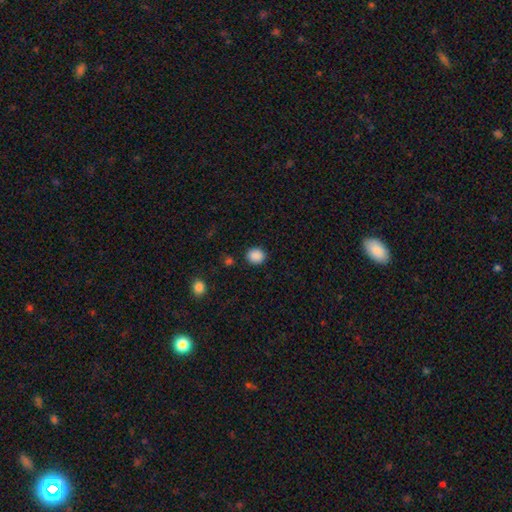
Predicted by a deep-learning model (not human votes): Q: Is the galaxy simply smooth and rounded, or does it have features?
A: smooth — 88%.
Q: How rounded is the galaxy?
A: round — 76%.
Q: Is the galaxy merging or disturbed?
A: none — 88%.